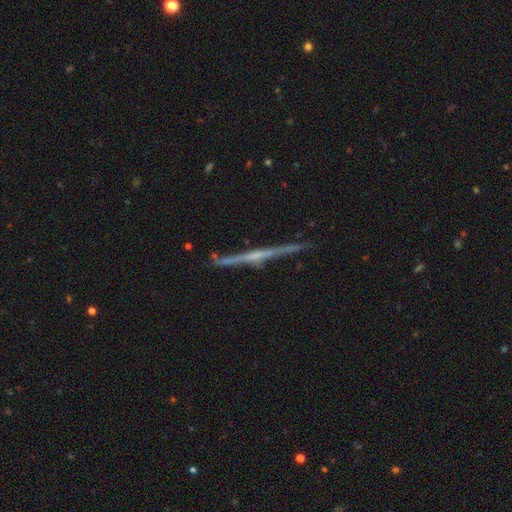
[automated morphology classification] featured or disk 76%, smooth 17%, star or artifact 6%. Down the decision tree: edge-on disk — yes (98%); edge-on bulge — none (47%); merging — none (84%).